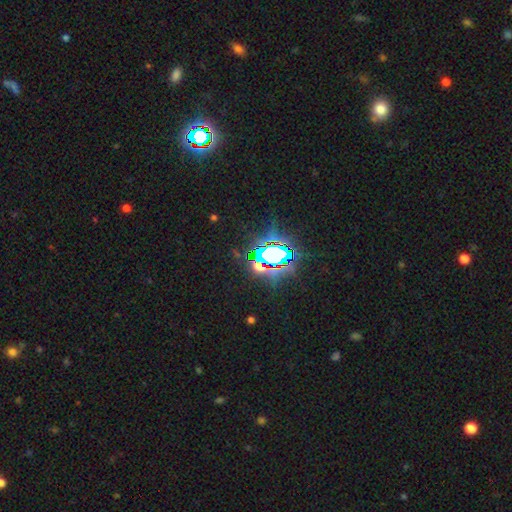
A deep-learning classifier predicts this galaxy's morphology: A star or artifact, not a galaxy (79%).